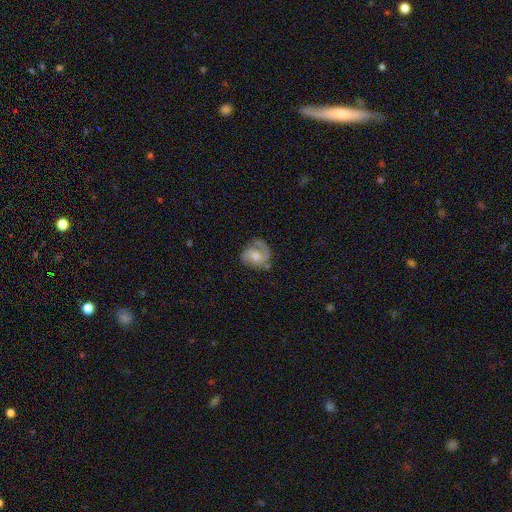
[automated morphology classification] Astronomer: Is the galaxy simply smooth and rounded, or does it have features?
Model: featured or disk — 75%.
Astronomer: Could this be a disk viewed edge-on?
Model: no — 98%.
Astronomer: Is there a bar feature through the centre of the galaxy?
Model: no — 60%.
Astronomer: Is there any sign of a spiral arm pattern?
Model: yes — 94%.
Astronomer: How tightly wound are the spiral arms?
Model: medium — 47% (runner-up: tight, 35%).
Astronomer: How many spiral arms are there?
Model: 2 — 71%.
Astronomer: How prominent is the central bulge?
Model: moderate — 57% (runner-up: small, 35%).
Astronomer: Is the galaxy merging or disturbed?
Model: none — 67%.